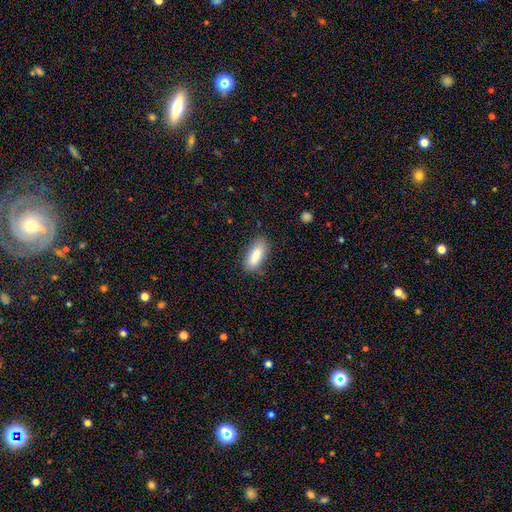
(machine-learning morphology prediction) Q: Smooth or featured?
A: smooth (85%); runner-up: featured or disk (8%)
Q: How rounded?
A: in between (78%); runner-up: cigar-shaped (20%)
Q: Merging?
A: none (81%); runner-up: minor disturbance (14%)